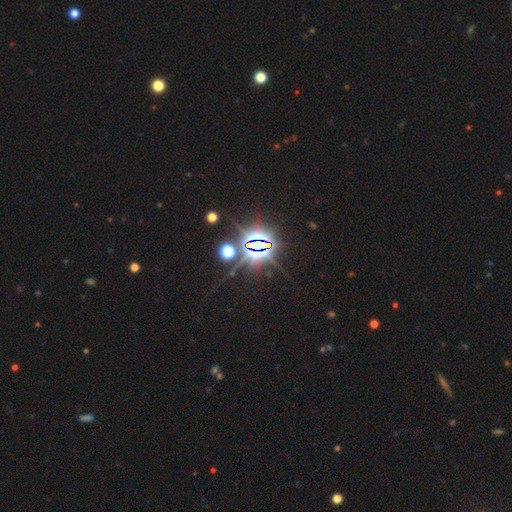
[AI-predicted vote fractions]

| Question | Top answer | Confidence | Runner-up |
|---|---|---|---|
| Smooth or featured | star or artifact | 85% | smooth (9%) |